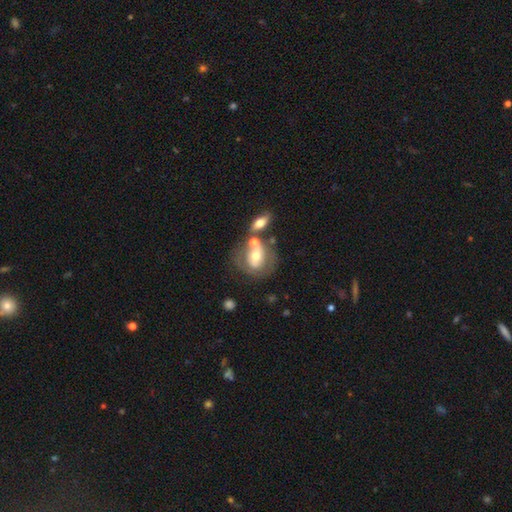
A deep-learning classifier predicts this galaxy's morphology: A smooth galaxy with no disk features (47%).

Vote fractions:
- Smooth or featured? smooth: 47% / featured or disk: 45% / star or artifact: 8%
- Merging? none: 44% / merger: 29% / minor disturbance: 17% / major disturbance: 11%